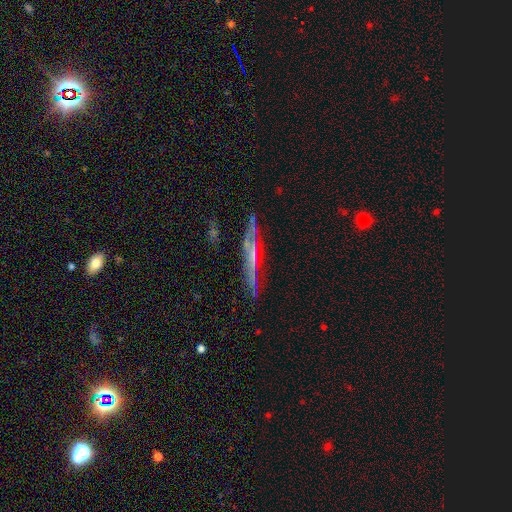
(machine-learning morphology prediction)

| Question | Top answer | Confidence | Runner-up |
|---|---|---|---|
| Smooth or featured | featured or disk | 65% | smooth (25%) |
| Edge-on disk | yes | 89% | no (11%) |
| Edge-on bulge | none | 65% | rounded (26%) |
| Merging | none | 75% | minor disturbance (16%) |